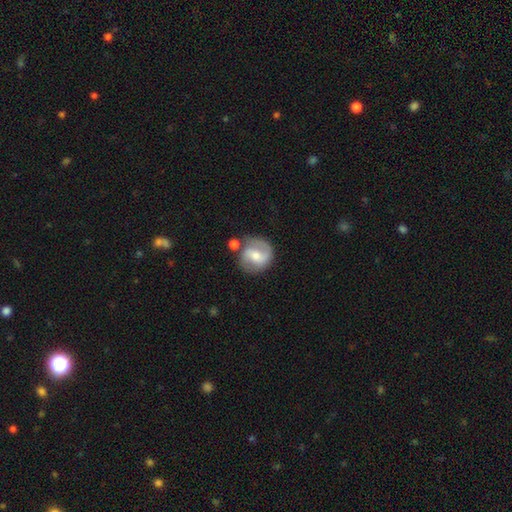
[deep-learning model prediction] Smooth or featured? Predicted: featured or disk (p=0.66). Edge-on disk? Predicted: no (p=0.97). Bar? Predicted: weak (p=0.47). Spiral arms? Predicted: yes (p=0.87). Spiral winding? Predicted: medium (p=0.47). Spiral arm count? Predicted: 2 (p=0.82). Bulge size? Predicted: moderate (p=0.55). Merging? Predicted: none (p=0.65).